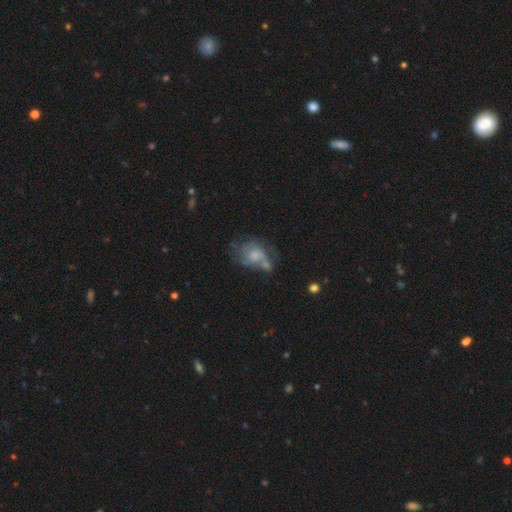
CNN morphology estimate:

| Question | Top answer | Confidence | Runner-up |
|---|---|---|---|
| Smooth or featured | featured or disk | 52% | smooth (38%) |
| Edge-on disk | no | 97% | yes (3%) |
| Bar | no | 81% | weak (16%) |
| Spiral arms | no | 52% | yes (48%) |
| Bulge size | moderate | 42% | small (30%) |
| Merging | none | 31% | merger (25%) |